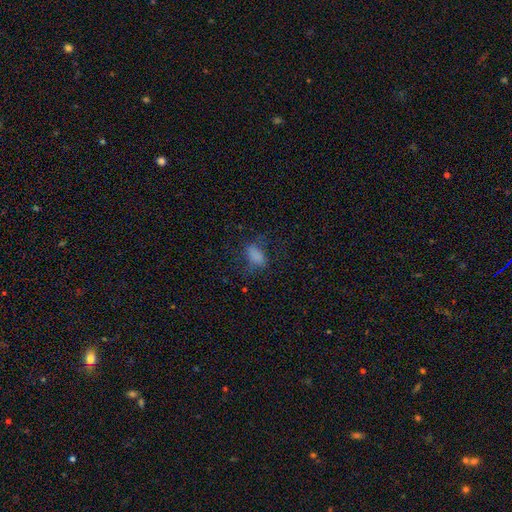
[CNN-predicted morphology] This is likely a smooth galaxy (74%). How rounded: clearly in between (88%). Merging: possibly none (56%).